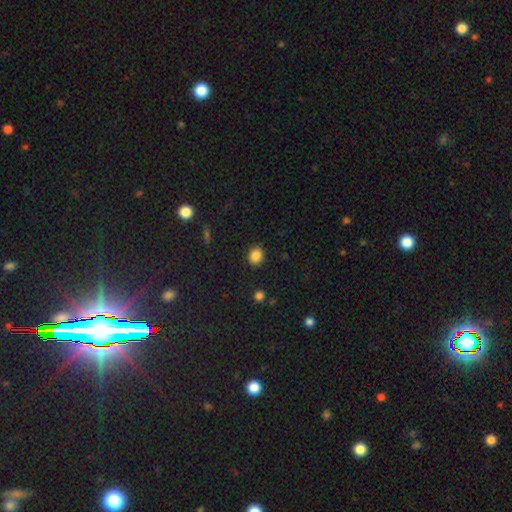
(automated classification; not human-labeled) This is clearly a smooth galaxy (86%). How rounded: likely round (69%). Merging: clearly none (89%).